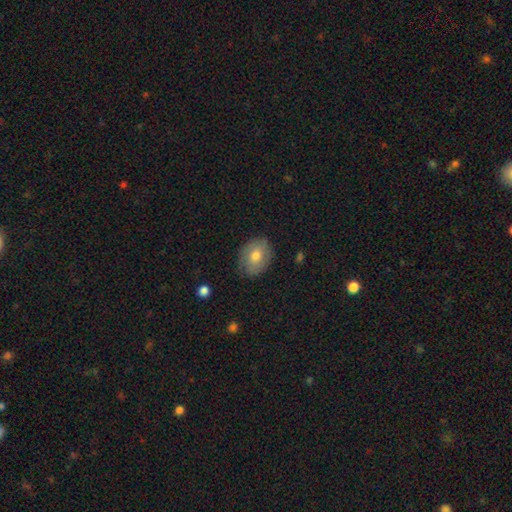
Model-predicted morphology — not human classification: A smooth galaxy with no disk features (67%) that is in between round and cigar-shaped (60%).

Vote fractions:
- Smooth or featured? smooth: 67% / featured or disk: 26% / star or artifact: 8%
- How rounded? in between: 60% / round: 39% / cigar-shaped: 1%
- Merging? none: 77% / minor disturbance: 18% / major disturbance: 4% / merger: 1%